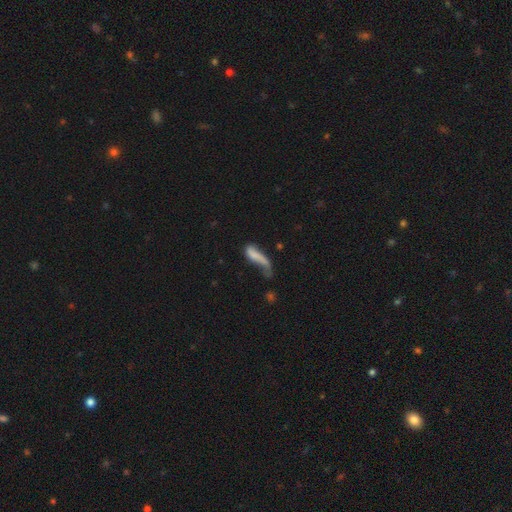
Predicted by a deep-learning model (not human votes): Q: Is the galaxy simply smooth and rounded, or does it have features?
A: smooth — 61%.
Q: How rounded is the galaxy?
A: cigar-shaped — 58%.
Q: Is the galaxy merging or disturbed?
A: major disturbance — 38%.